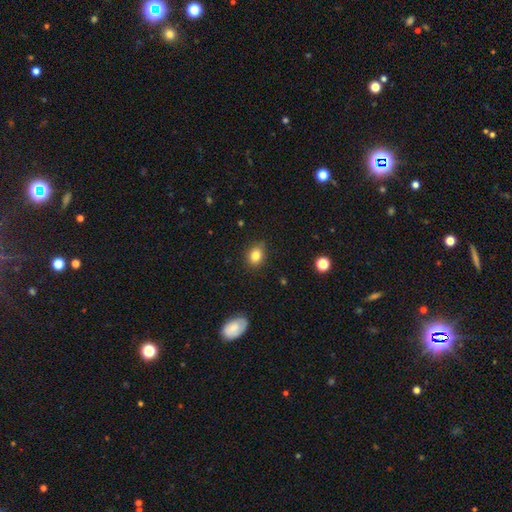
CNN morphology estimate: A smooth galaxy with no disk features (83%) that is in between round and cigar-shaped (59%).

Vote fractions:
- Smooth or featured? smooth: 83% / star or artifact: 10% / featured or disk: 7%
- How rounded? in between: 59% / round: 39% / cigar-shaped: 1%
- Merging? none: 80% / minor disturbance: 16% / major disturbance: 3% / merger: 1%